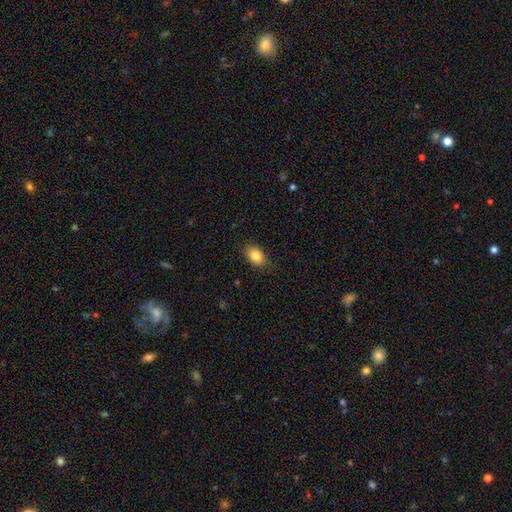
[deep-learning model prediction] Smooth or featured? smooth (83%)
How rounded? in between (84%)
Merging? none (86%)